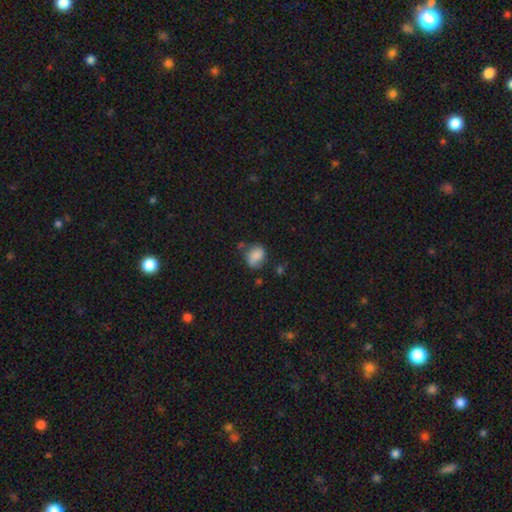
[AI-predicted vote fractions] Smooth or featured? smooth (73%)
How rounded? in between (50%)
Merging? none (54%)